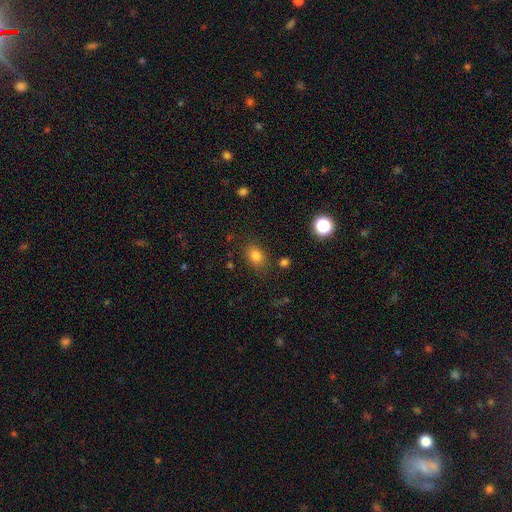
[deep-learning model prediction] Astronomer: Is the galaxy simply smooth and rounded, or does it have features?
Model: smooth — 81%.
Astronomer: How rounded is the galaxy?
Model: in between — 66%.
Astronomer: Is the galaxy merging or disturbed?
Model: none — 78%.